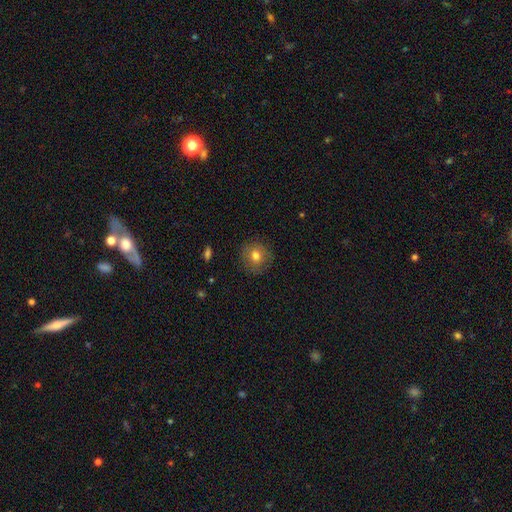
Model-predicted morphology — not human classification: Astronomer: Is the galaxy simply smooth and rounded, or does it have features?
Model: smooth — 75%.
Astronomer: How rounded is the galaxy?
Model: round — 90%.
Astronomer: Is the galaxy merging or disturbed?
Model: none — 86%.